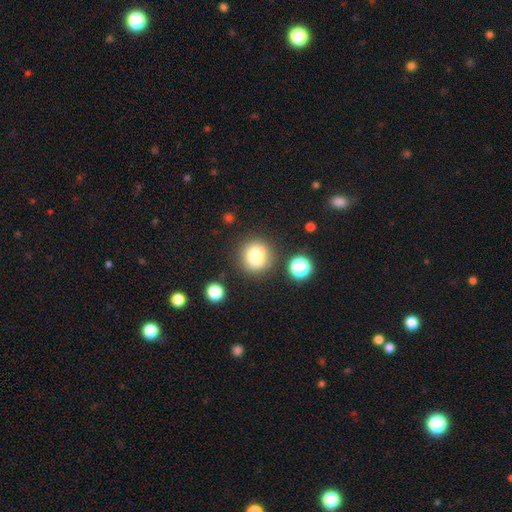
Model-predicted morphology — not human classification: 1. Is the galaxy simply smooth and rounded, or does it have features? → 77% smooth, 13% star or artifact, 10% featured or disk.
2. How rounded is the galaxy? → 92% round, 7% in between, 1% cigar-shaped.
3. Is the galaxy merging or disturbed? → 83% none, 9% minor disturbance, 5% merger, 3% major disturbance.